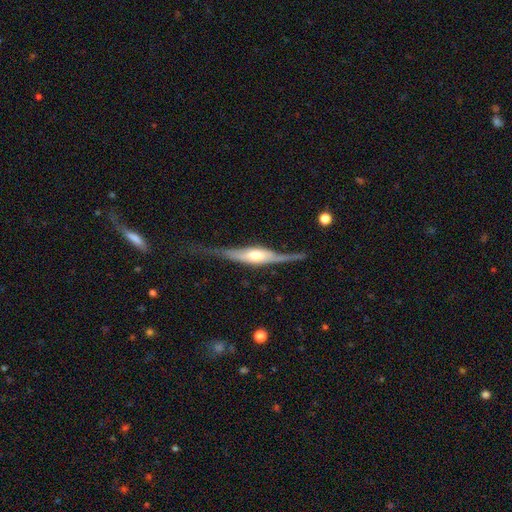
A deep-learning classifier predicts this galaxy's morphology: type=featured or disk (79%); edge-on=yes (90%); edge-on bulge=rounded (78%); merging=none (63%).